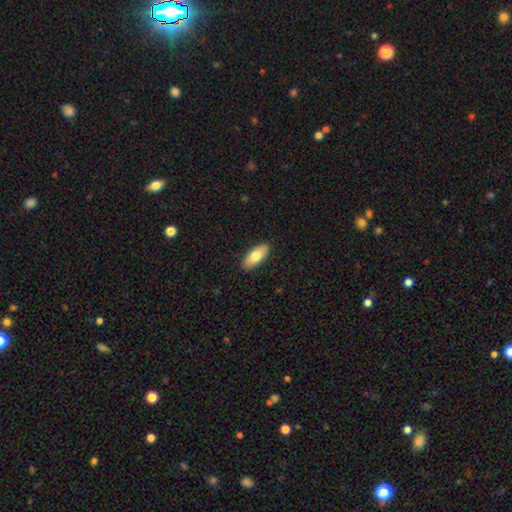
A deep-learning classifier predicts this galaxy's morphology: Smooth or featured?
  - smooth: 78% *
  - featured or disk: 16%
  - star or artifact: 6%
How rounded?
  - in between: 82% *
  - cigar-shaped: 15%
  - round: 2%
Merging?
  - none: 89% *
  - minor disturbance: 8%
  - major disturbance: 2%
  - merger: 1%